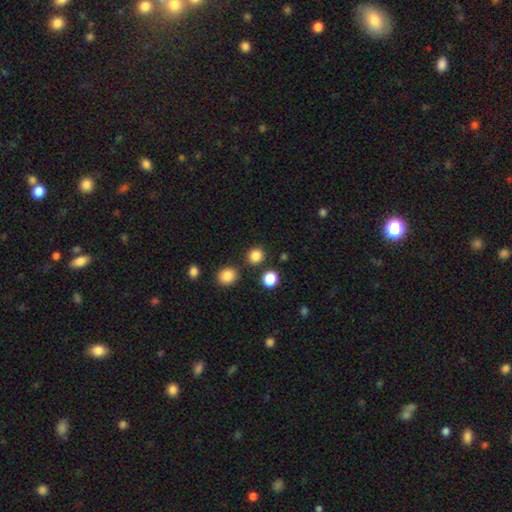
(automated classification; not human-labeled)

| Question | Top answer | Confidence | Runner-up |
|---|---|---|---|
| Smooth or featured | smooth | 84% | star or artifact (13%) |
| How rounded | round | 87% | in between (12%) |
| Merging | none | 84% | minor disturbance (7%) |